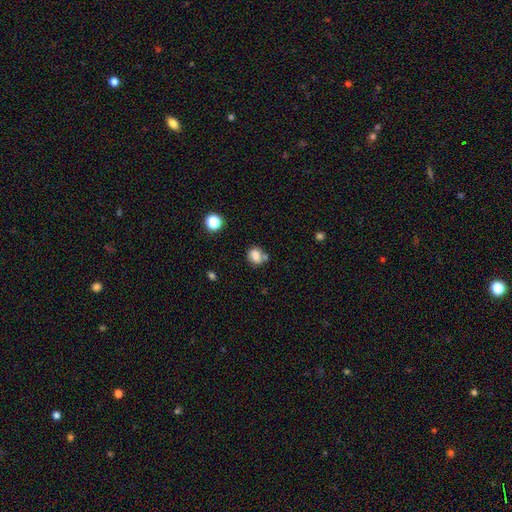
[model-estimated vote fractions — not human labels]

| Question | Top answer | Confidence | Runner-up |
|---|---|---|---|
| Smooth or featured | smooth | 79% | star or artifact (12%) |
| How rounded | round | 52% | in between (47%) |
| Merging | none | 53% | merger (23%) |